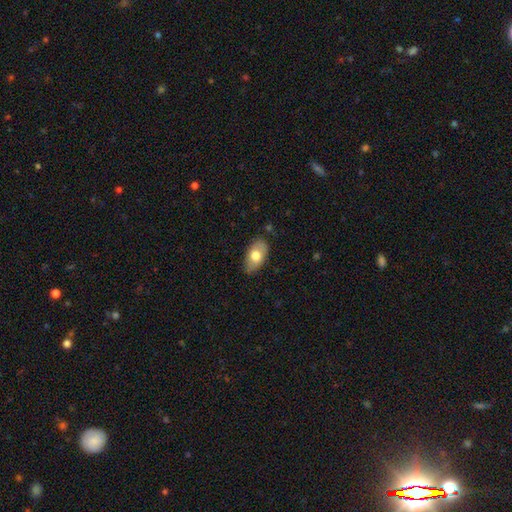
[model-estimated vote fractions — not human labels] A smooth galaxy with no disk features (69%) that is in between round and cigar-shaped (92%). Merging: none (77%).